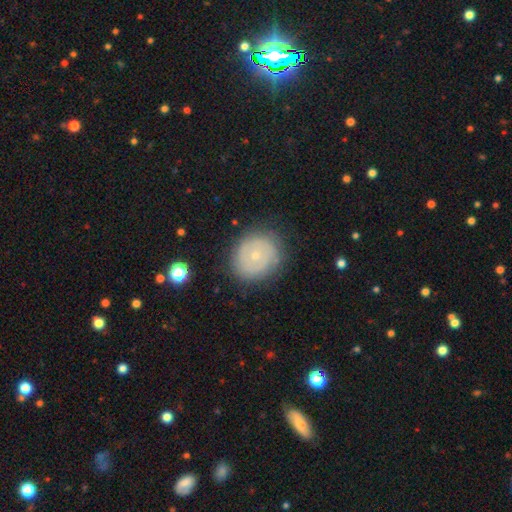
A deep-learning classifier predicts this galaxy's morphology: This appears to be a featured or disk galaxy (56%) with no bar (84%), spiral arms (59%) and a small central bulge (70%). Merging: none (82%).